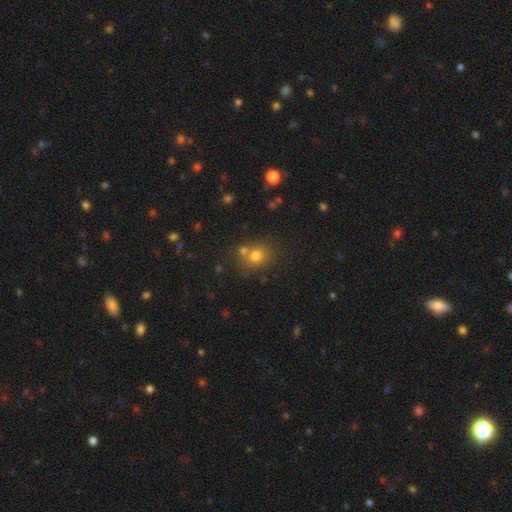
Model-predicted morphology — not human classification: smooth 73%, star or artifact 17%, featured or disk 10%. Down the decision tree: how rounded — round (77%); merging — none (66%).